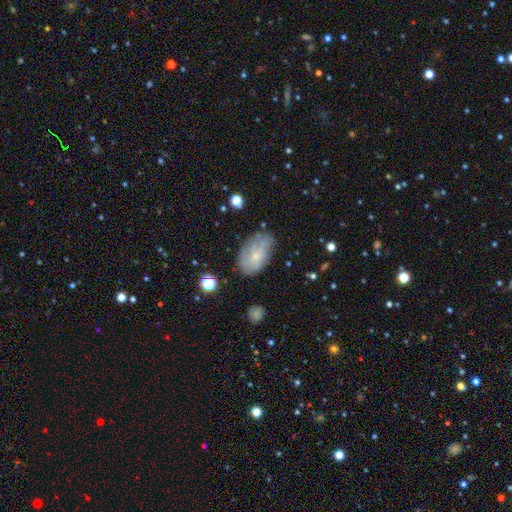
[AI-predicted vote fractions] This is possibly a smooth galaxy (54%). How rounded: clearly in between (91%). Merging: likely none (67%).